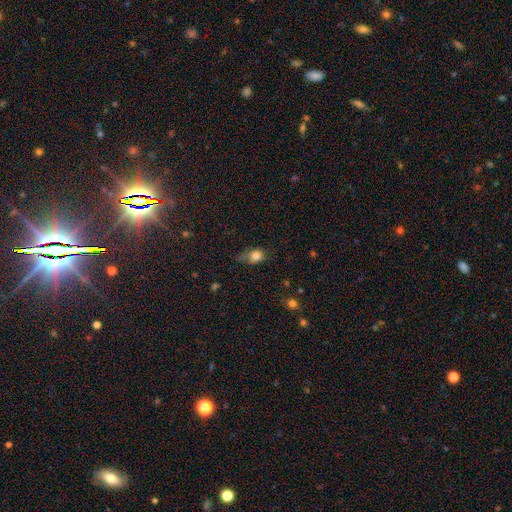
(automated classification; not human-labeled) A smooth galaxy with no disk features (81%) that is in between round and cigar-shaped (52%). Merging: none (42%).